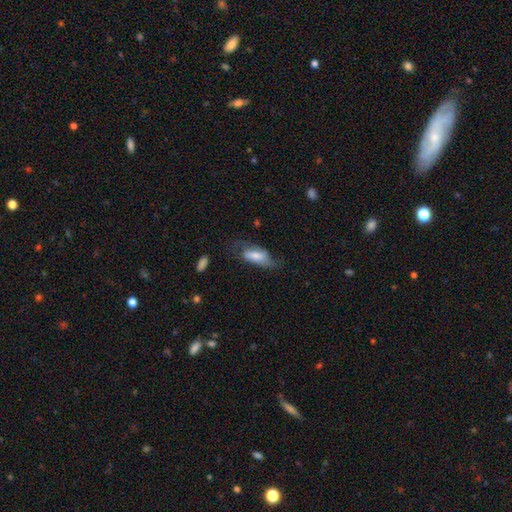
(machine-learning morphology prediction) Q: Smooth or featured?
A: smooth (59%); runner-up: featured or disk (34%)
Q: How rounded?
A: in between (81%); runner-up: cigar-shaped (16%)
Q: Merging?
A: none (43%); runner-up: minor disturbance (30%)